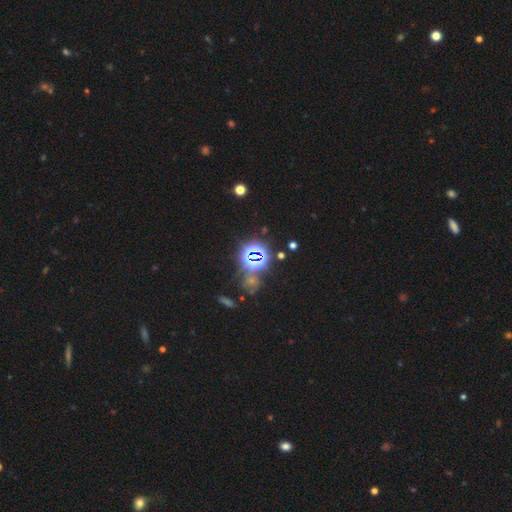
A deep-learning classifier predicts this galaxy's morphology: A star or artifact, not a galaxy (77%).